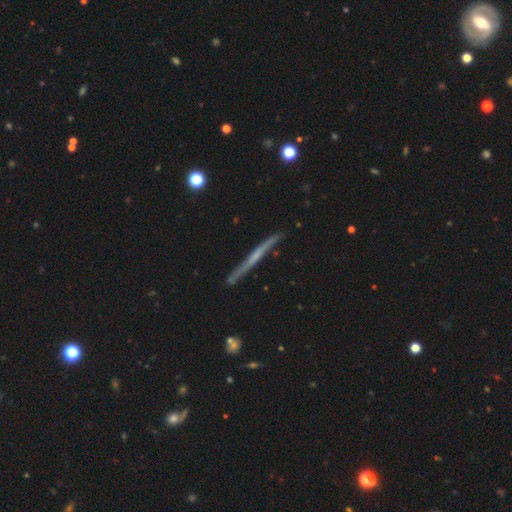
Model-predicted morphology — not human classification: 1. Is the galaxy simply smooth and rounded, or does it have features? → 68% featured or disk, 26% smooth, 7% star or artifact.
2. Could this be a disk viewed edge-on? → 96% yes, 4% no.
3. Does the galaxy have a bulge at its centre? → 70% none, 22% rounded, 7% boxy.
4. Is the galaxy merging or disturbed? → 86% none, 10% minor disturbance, 2% major disturbance, 2% merger.